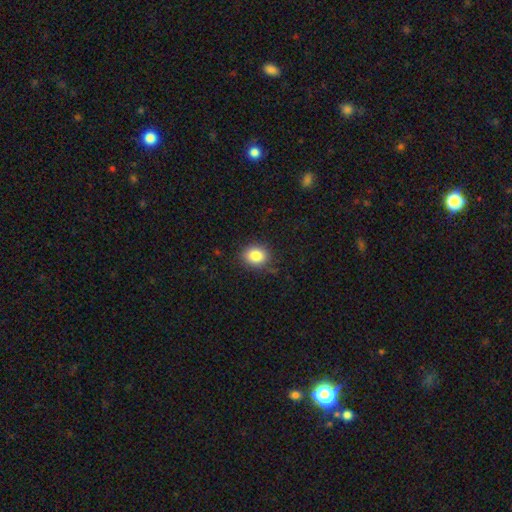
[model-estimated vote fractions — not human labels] smooth-or-featured: smooth: 84% | star or artifact: 10% | featured or disk: 6%
  how-rounded: round: 61% | in between: 38% | cigar-shaped: 1%
  merging: none: 84% | minor disturbance: 12% | major disturbance: 3% | merger: 1%